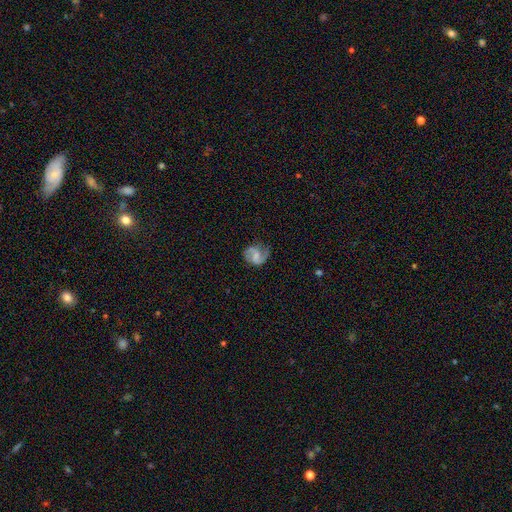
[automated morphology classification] smooth-or-featured: featured or disk: 79% | smooth: 15% | star or artifact: 6%
  disk-edge-on: no: 98% | yes: 2%
    bar: weak: 52% | no: 27% | strong: 20%
    has-spiral-arms: yes: 95% | no: 5%
      spiral-winding: medium: 48% | loose: 37% | tight: 15%
      spiral-arm-count: 2: 88% | 1: 5% | can't tell: 3% | 3: 1% | 4: 1% | more than 4: 1%
    bulge-size: small: 39% | none: 31% | moderate: 26% | large: 3% | dominant: 1%
  merging: none: 74% | minor disturbance: 17% | major disturbance: 7% | merger: 1%